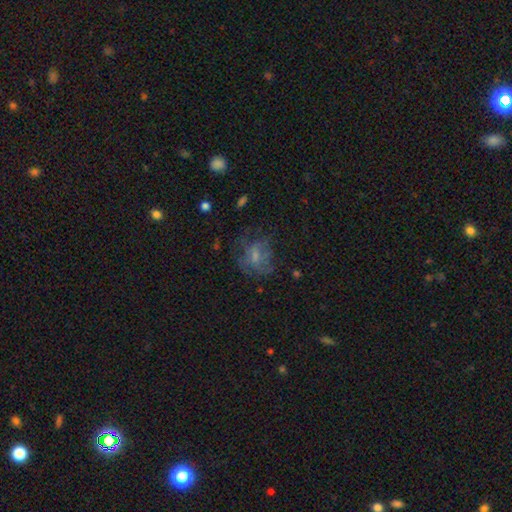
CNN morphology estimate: smooth_or_featured: featured or disk (p=0.42) [alt: smooth p=0.41]
merging: none (p=0.49) [alt: major disturbance p=0.28]